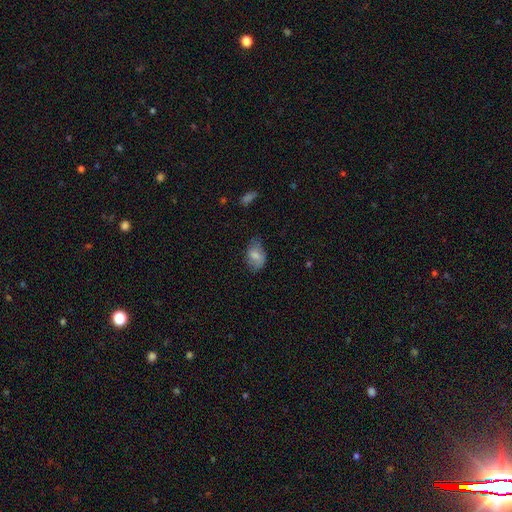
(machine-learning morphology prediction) This is likely a smooth galaxy (72%). How rounded: clearly in between (87%). Merging: possibly none (60%).